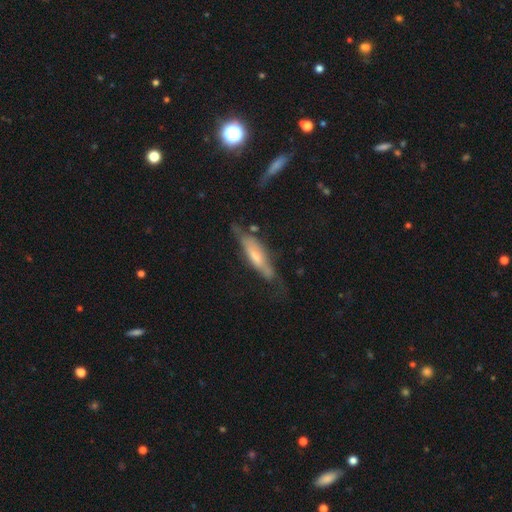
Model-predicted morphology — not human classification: Q: Smooth or featured?
A: featured or disk (54%); runner-up: smooth (40%)
Q: Edge-on disk?
A: yes (67%); runner-up: no (33%)
Q: Merging?
A: none (55%); runner-up: minor disturbance (28%)